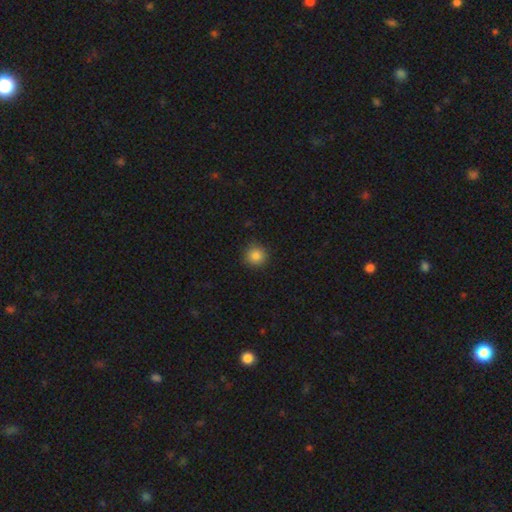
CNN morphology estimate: Overall: smooth (85%). How rounded: round (94%). Merging: none (91%).